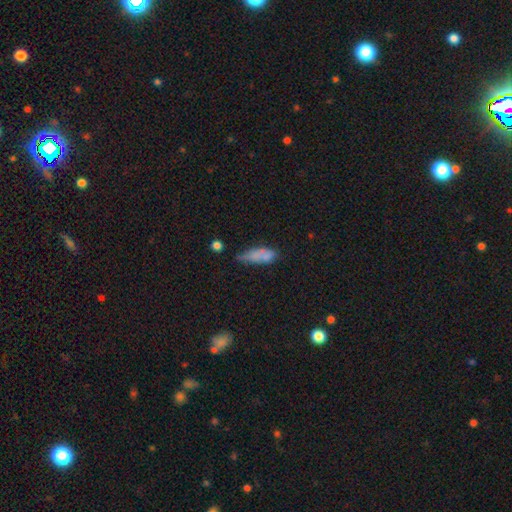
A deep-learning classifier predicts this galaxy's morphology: Overall: smooth (72%). How rounded: in between (62%; cigar-shaped 35%). Merging: none (40%; minor disturbance 36%).